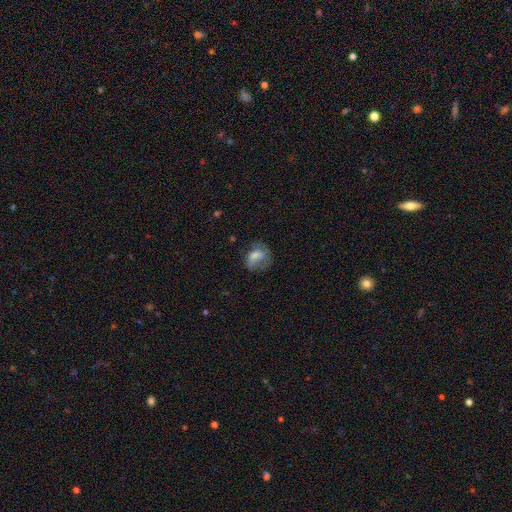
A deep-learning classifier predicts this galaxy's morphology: Smooth or featured? Predicted: smooth (p=0.59). How rounded? Predicted: in between (p=0.56). Merging? Predicted: none (p=0.42).